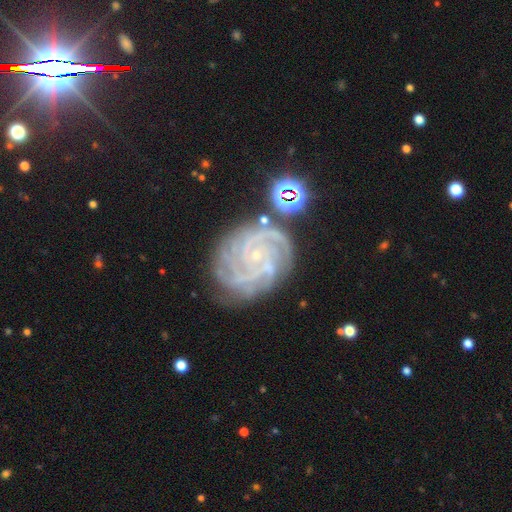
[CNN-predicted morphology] A featured or disk galaxy (87%) with no bar (74%), 4 (31%) tight (74%) spiral arms (98%) and a small central bulge (88%).

Vote fractions:
- Smooth or featured? featured or disk: 87% / star or artifact: 8% / smooth: 5%
- Edge-on disk? no: 98% / yes: 2%
- Bar? no: 74% / weak: 19% / strong: 7%
- Spiral arms? yes: 98% / no: 2%
- Spiral winding? tight: 74% / medium: 22% / loose: 4%
- Spiral arm count? 4: 31% / more than 4: 19% / can't tell: 16% / 3: 16% / 2: 10% / 1: 9%
- Bulge size? small: 88% / moderate: 7% / none: 3% / large: 1% / dominant: 1%
- Merging? none: 74% / minor disturbance: 17% / major disturbance: 6% / merger: 3%